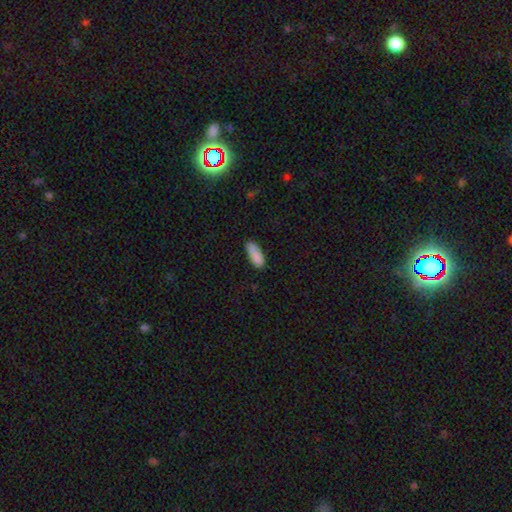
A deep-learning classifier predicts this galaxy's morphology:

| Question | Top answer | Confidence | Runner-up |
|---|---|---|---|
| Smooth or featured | smooth | 87% | star or artifact (7%) |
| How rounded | in between | 71% | cigar-shaped (27%) |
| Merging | none | 68% | minor disturbance (24%) |